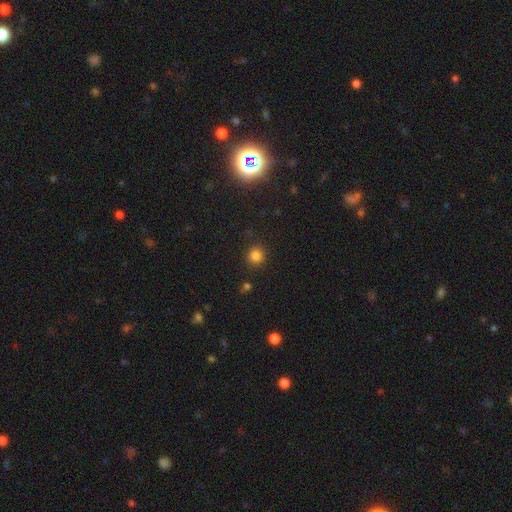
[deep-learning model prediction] This appears to be a smooth galaxy with no disk features (82%) that is round (92%). Merging: none (89%).